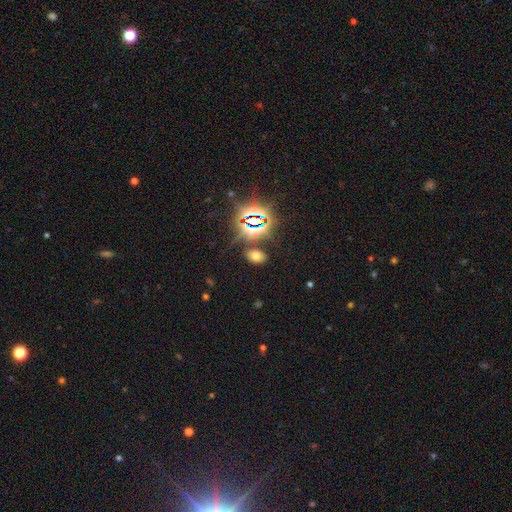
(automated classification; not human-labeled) Smooth or featured? smooth (54%)
How rounded? in between (85%)
Merging? none (83%)